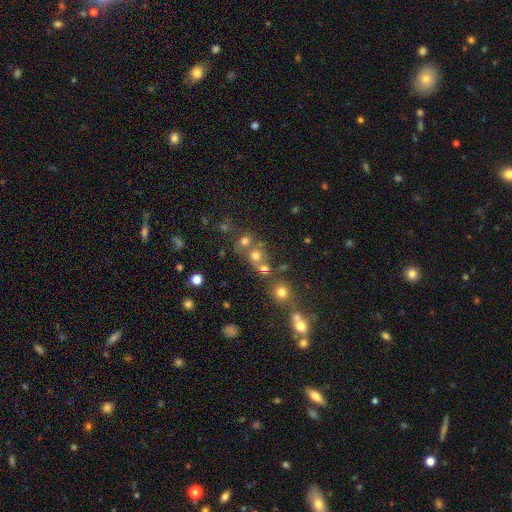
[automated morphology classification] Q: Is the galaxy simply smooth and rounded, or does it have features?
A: smooth — 63%.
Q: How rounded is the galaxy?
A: round — 81%.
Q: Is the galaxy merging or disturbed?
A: none — 50%.